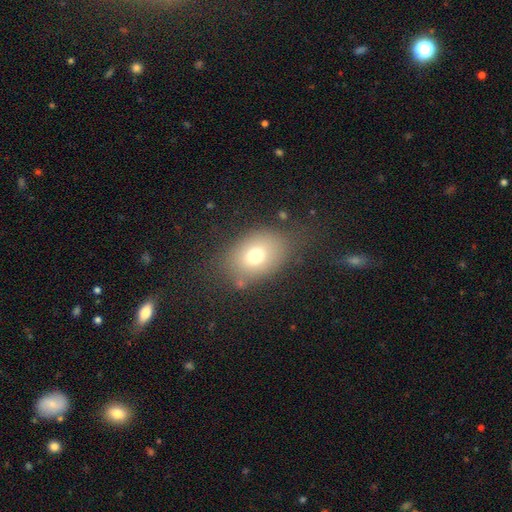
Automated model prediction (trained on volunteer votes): A smooth galaxy with no disk features (72%) that is in between round and cigar-shaped (71%). Merging: none (71%).